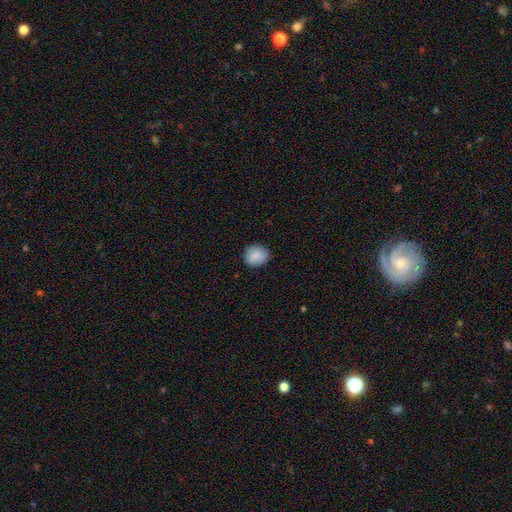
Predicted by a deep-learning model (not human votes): A smooth galaxy with no disk features (85%) that is round (71%). Merging: none (82%).